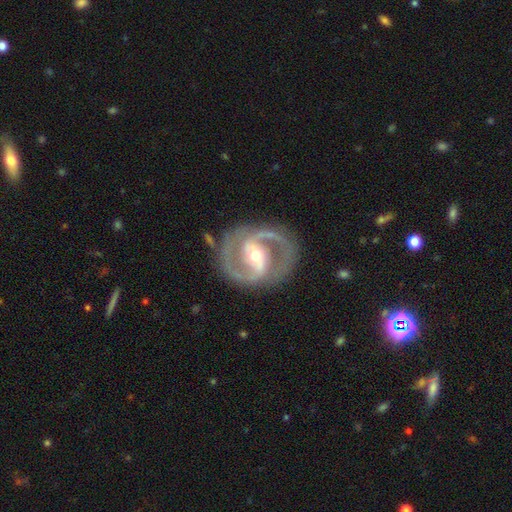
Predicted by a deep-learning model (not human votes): smooth-or-featured: featured or disk: 91% | smooth: 4% | star or artifact: 4%
  disk-edge-on: no: 97% | yes: 3%
    bar: strong: 48% | weak: 37% | no: 15%
    has-spiral-arms: yes: 97% | no: 3%
      spiral-winding: medium: 59% | tight: 29% | loose: 12%
      spiral-arm-count: 2: 93% | can't tell: 2% | 3: 2% | 1: 1% | 4: 1% | more than 4: 1%
    bulge-size: moderate: 59% | small: 36% | large: 3% | none: 1% | dominant: 1%
  merging: none: 83% | minor disturbance: 11% | major disturbance: 5% | merger: 2%